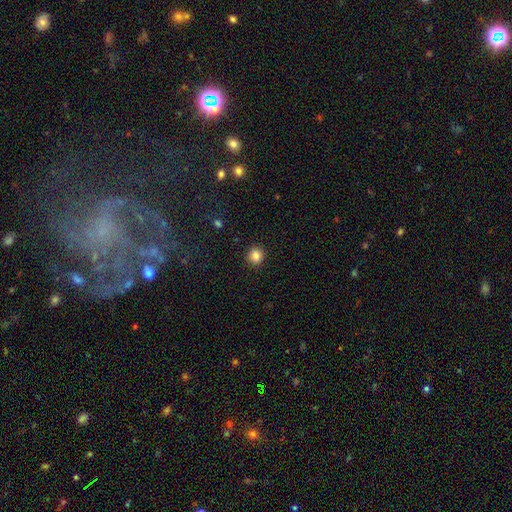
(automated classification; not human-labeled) The model was most divided on "how rounded": round: 83%, in between: 16%, cigar-shaped: 1%. More confident: merging — none (91%); smooth or featured — smooth (85%).